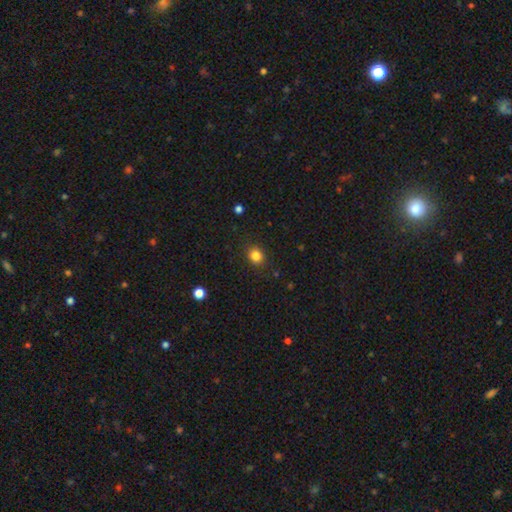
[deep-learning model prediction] smooth-or-featured: smooth: 84% | star or artifact: 12% | featured or disk: 5%
  how-rounded: round: 68% | in between: 31% | cigar-shaped: 1%
  merging: none: 88% | minor disturbance: 9% | major disturbance: 2% | merger: 1%